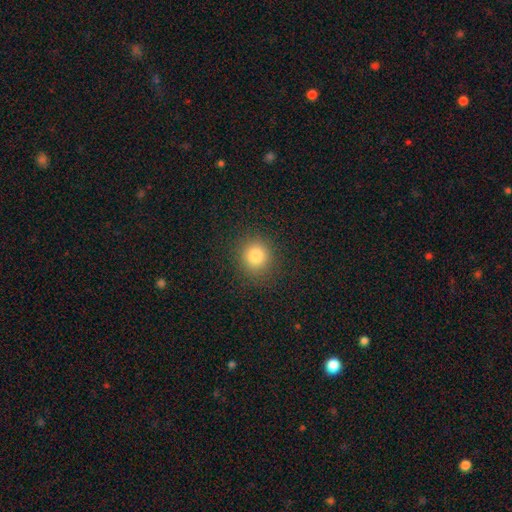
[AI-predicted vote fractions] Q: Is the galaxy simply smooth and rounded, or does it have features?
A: smooth — 82%.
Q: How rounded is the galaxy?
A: round — 88%.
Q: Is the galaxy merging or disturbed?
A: none — 89%.